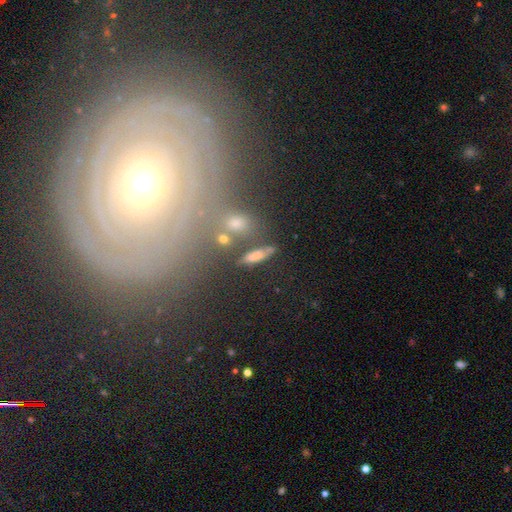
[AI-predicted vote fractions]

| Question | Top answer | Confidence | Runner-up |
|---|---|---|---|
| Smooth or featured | smooth | 66% | featured or disk (20%) |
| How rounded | cigar-shaped | 56% | in between (37%) |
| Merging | none | 64% | minor disturbance (17%) |